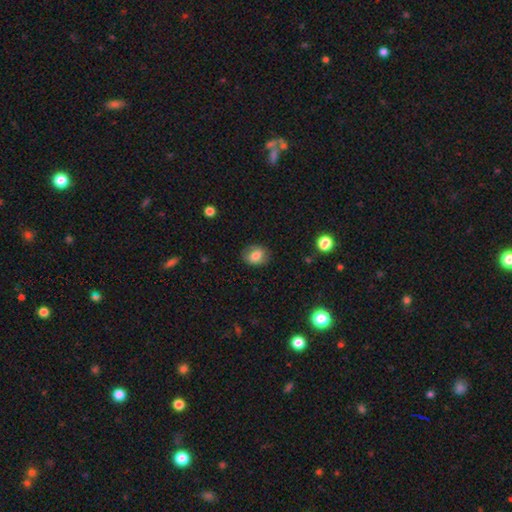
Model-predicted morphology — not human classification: Smooth or featured? smooth (75%)
How rounded? in between (57%)
Merging? none (80%)